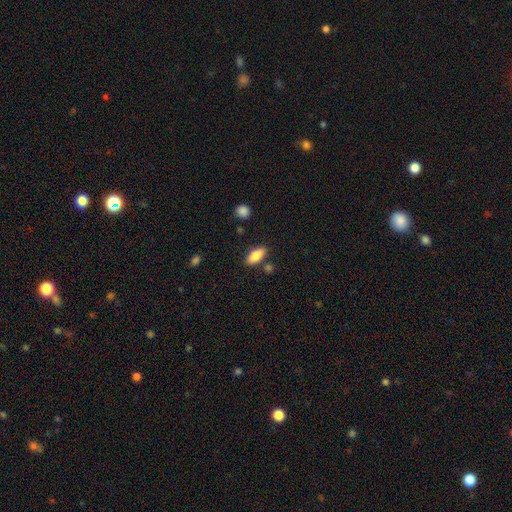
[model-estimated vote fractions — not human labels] Morphology: type=smooth (83%); roundness=in between (87%); merging=none (81%).